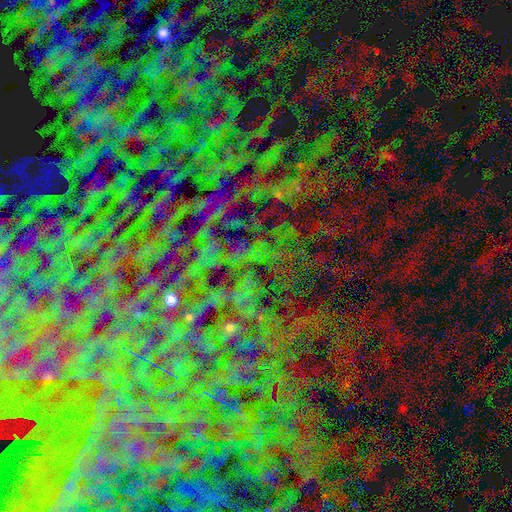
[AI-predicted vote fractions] This is clearly a star or artifact rather than a galaxy (83%).